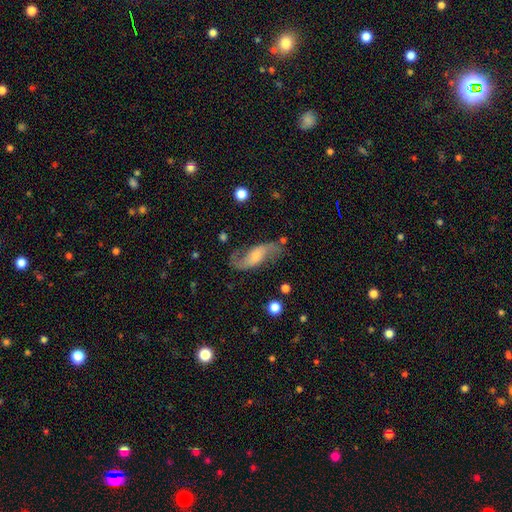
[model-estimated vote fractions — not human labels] Smooth or featured: featured or disk — 80% (smooth — 13%)
Edge-on disk: no — 94% (yes — 6%)
Bar: no — 47% (weak — 37%)
Spiral arms: yes — 94% (no — 6%)
Spiral winding: loose — 67% (medium — 26%)
Spiral arm count: 2 — 89% (1 — 4%)
Bulge size: small — 50% (moderate — 38%)
Merging: none — 70% (minor disturbance — 17%)